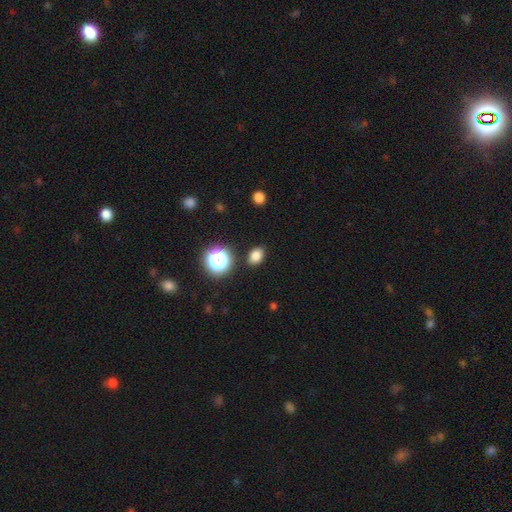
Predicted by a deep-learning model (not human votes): A smooth galaxy with no disk features (80%) that is in between round and cigar-shaped (68%). Merging: none (87%).